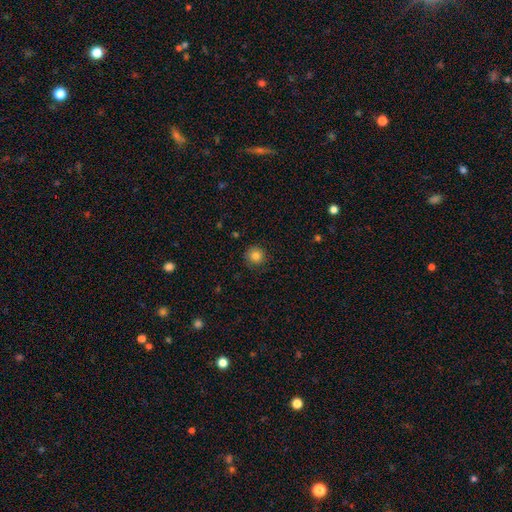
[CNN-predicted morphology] smooth_or_featured: smooth (p=0.83) [alt: star or artifact p=0.11]
how_rounded: round (p=0.94) [alt: in between p=0.05]
merging: none (p=0.87) [alt: minor disturbance p=0.10]